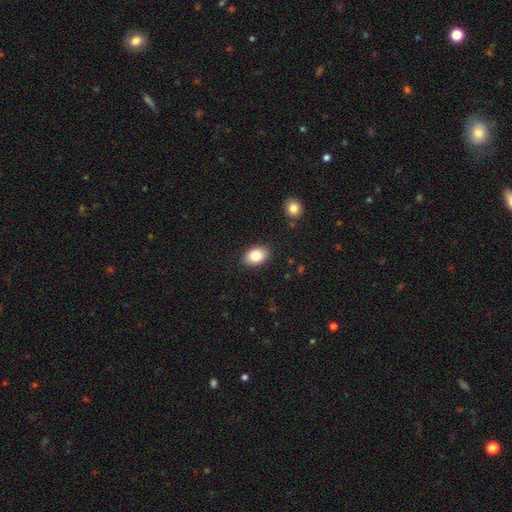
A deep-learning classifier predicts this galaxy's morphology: type=smooth (85%); roundness=in between (85%); merging=none (87%).